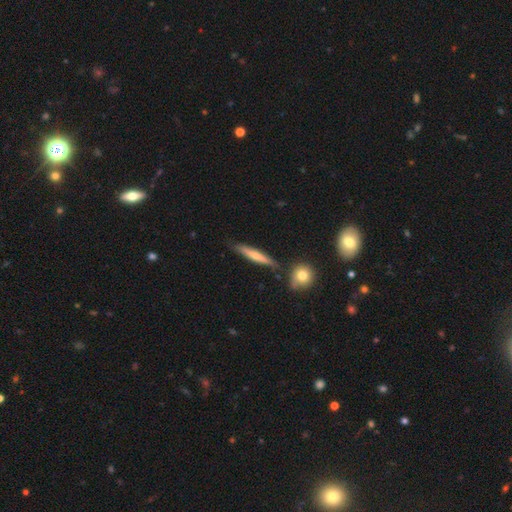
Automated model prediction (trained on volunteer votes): Smooth or featured? Predicted: smooth (p=0.58). How rounded? Predicted: cigar-shaped (p=0.89). Merging? Predicted: none (p=0.80).